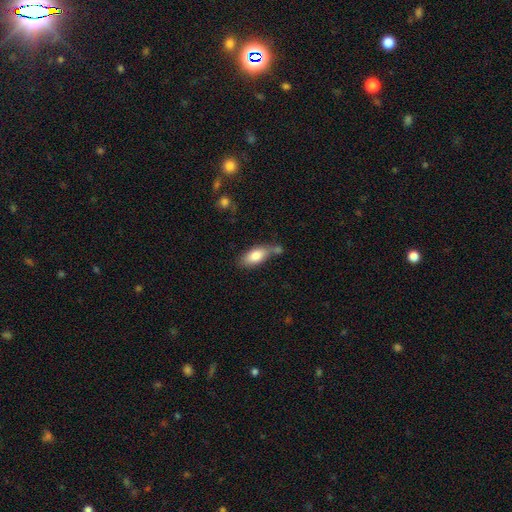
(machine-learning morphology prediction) A smooth galaxy with no disk features (79%) that is in between round and cigar-shaped (86%). Merging: none (48%).